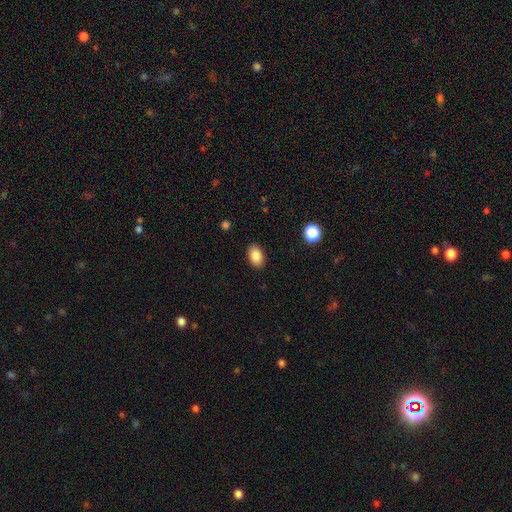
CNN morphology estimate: A smooth galaxy with no disk features (87%) that is in between round and cigar-shaped (88%).

Vote fractions:
- Smooth or featured? smooth: 87% / star or artifact: 8% / featured or disk: 4%
- How rounded? in between: 88% / round: 11% / cigar-shaped: 1%
- Merging? none: 88% / minor disturbance: 8% / major disturbance: 2% / merger: 1%